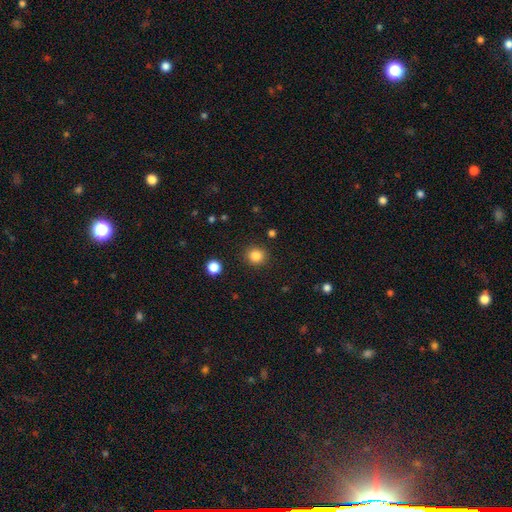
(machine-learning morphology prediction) Smooth or featured: smooth — 84% (star or artifact — 12%)
How rounded: round — 91% (in between — 8%)
Merging: none — 90% (minor disturbance — 6%)